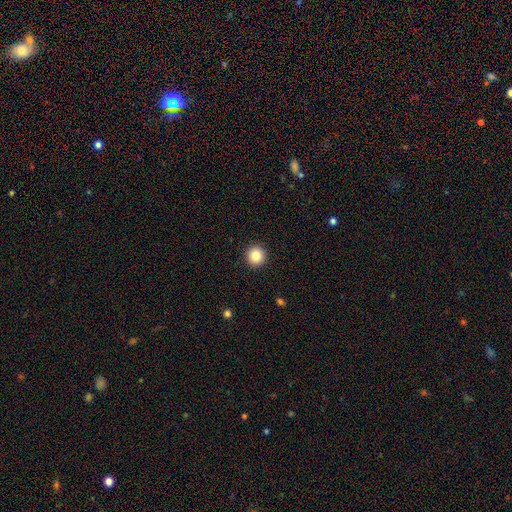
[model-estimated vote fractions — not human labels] Smooth or featured: smooth — 85% (star or artifact — 10%)
How rounded: round — 95% (in between — 4%)
Merging: none — 93% (minor disturbance — 4%)